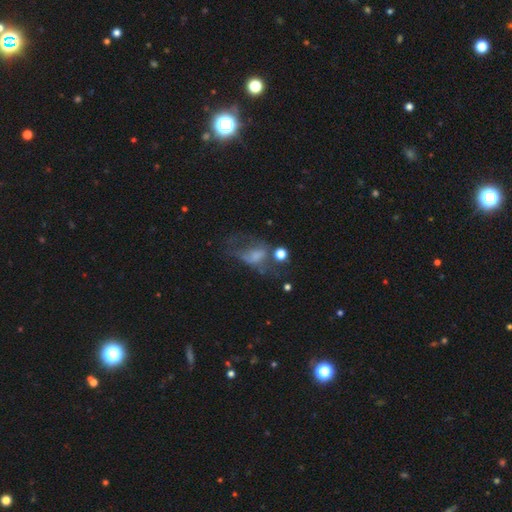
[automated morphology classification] This is marginally a featured or disk galaxy (42%). Merging: marginally major disturbance (38%).